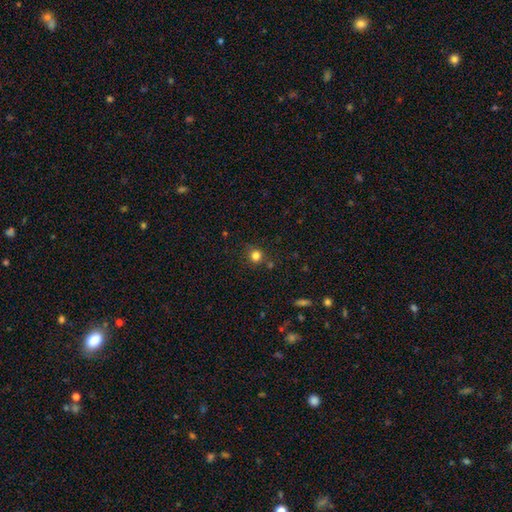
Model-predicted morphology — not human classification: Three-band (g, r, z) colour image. It shows a smooth galaxy with no disk features (80%) that is round (91%). Merging: none (80%).